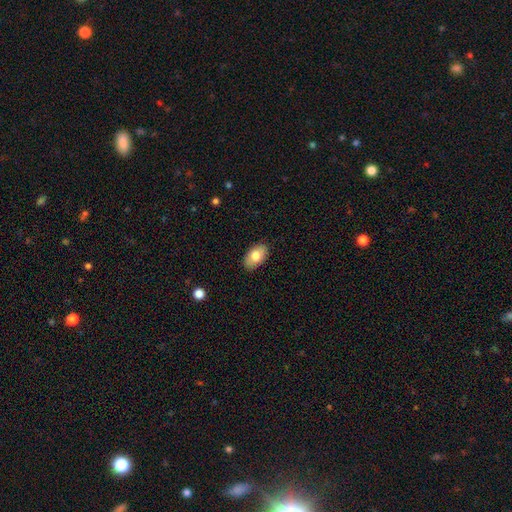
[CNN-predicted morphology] Smooth or featured? smooth (79%)
How rounded? in between (93%)
Merging? none (87%)